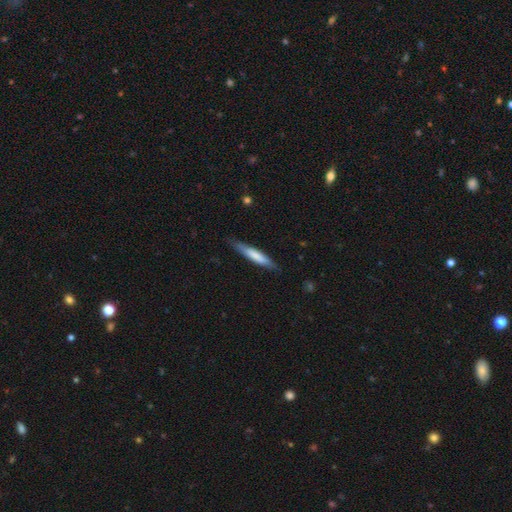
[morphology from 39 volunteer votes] smooth 72%, featured or disk 26%, star or artifact 3%. Down the decision tree: how rounded — cigar-shaped (100%); merging — none (76%).